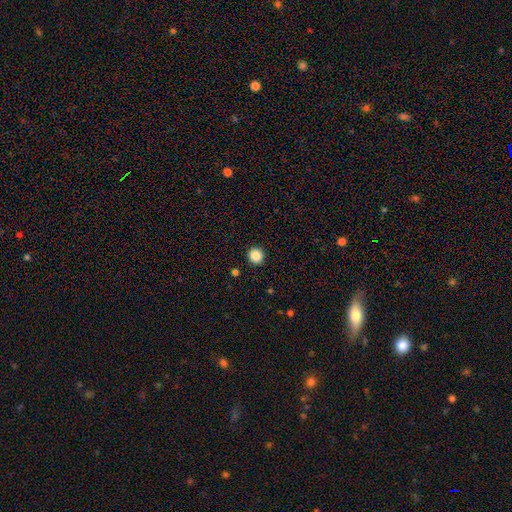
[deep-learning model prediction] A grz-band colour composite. It shows a smooth galaxy with no disk features (86%) that is round (94%). Merging: none (93%).